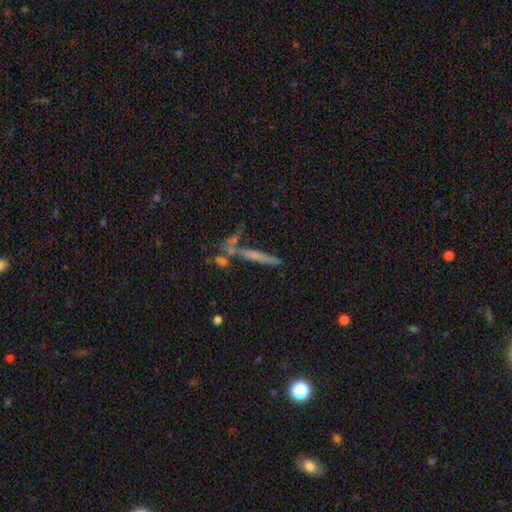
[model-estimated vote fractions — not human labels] smooth_or_featured: featured or disk (p=0.45) [alt: smooth p=0.40]
merging: none (p=0.58) [alt: merger p=0.21]